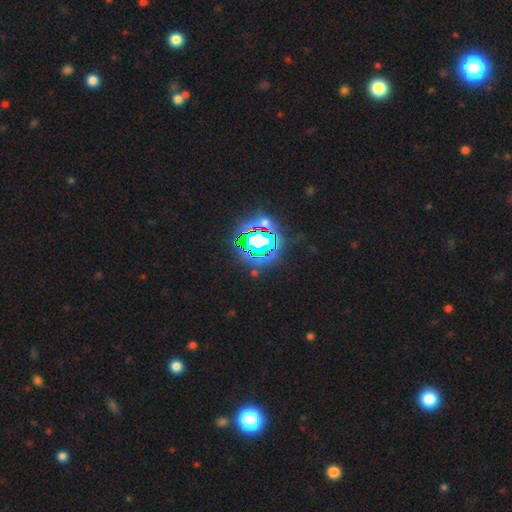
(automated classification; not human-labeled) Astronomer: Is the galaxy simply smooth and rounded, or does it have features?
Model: star or artifact — 79%.